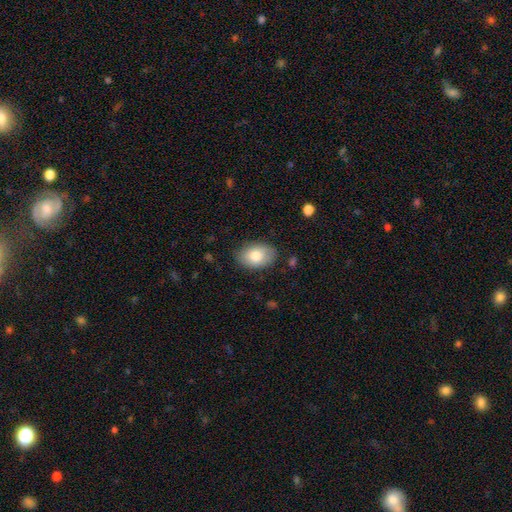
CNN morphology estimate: type=smooth (80%); roundness=in between (84%); merging=none (81%).